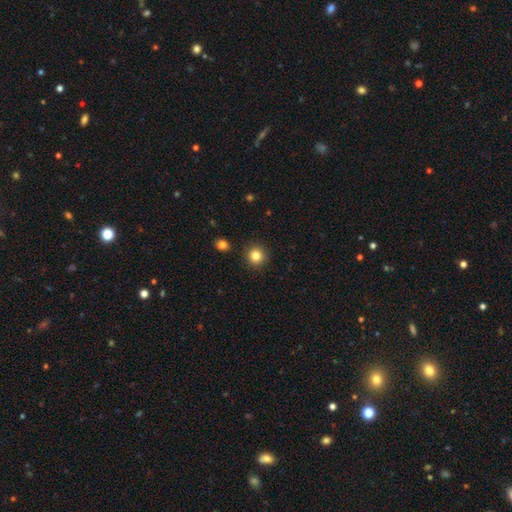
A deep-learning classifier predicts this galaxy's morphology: Q: Smooth or featured?
A: smooth (84%); runner-up: star or artifact (11%)
Q: How rounded?
A: round (94%); runner-up: in between (5%)
Q: Merging?
A: none (91%); runner-up: minor disturbance (5%)